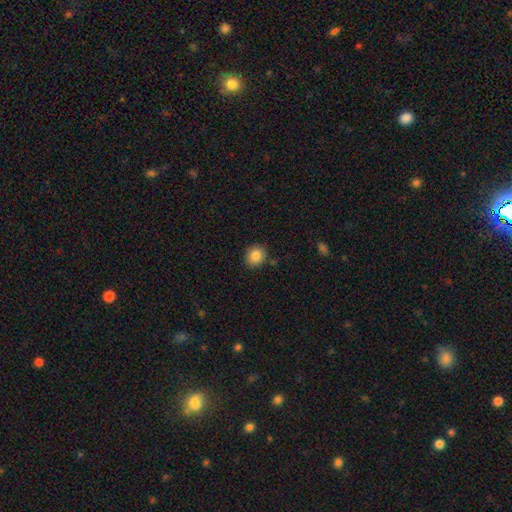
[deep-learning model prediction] A smooth galaxy with no disk features (85%) that is round (72%).

Vote fractions:
- Smooth or featured? smooth: 85% / star or artifact: 9% / featured or disk: 6%
- How rounded? round: 72% / in between: 27% / cigar-shaped: 1%
- Merging? none: 87% / minor disturbance: 8% / merger: 2% / major disturbance: 2%